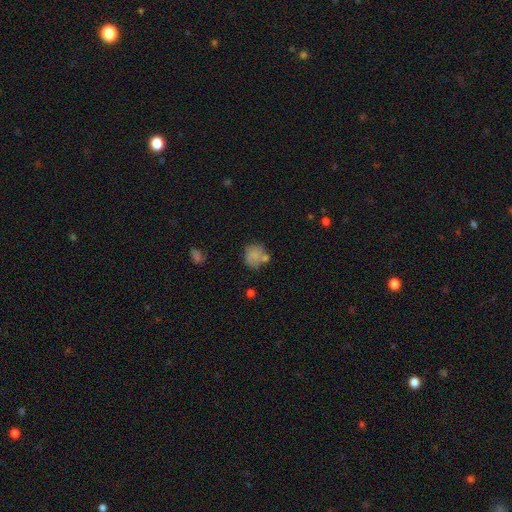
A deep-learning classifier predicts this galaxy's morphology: Smooth or featured: smooth — 78% (featured or disk — 12%)
How rounded: round — 75% (in between — 24%)
Merging: none — 51% (merger — 22%)